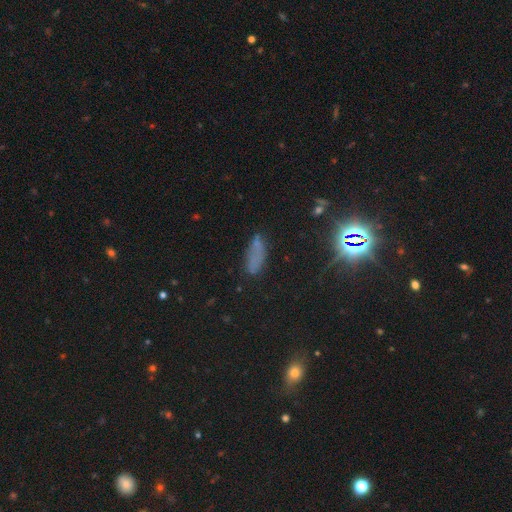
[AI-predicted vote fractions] smooth 48%, star or artifact 37%, featured or disk 14%. Down the decision tree: merging — none (62%).